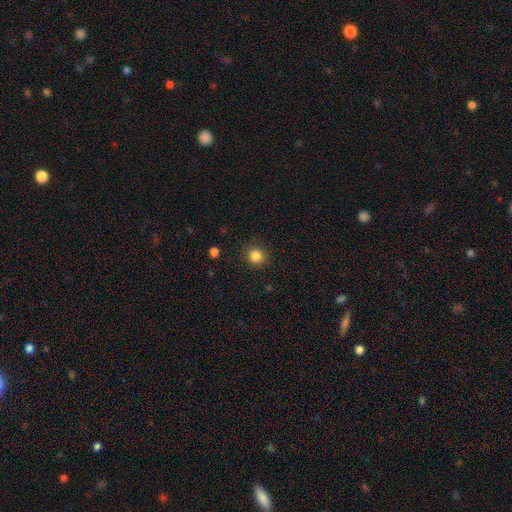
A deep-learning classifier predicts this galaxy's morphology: The model was most divided on "smooth or featured": smooth: 85%, star or artifact: 11%, featured or disk: 4%. More confident: how rounded — round (92%); merging — none (90%).